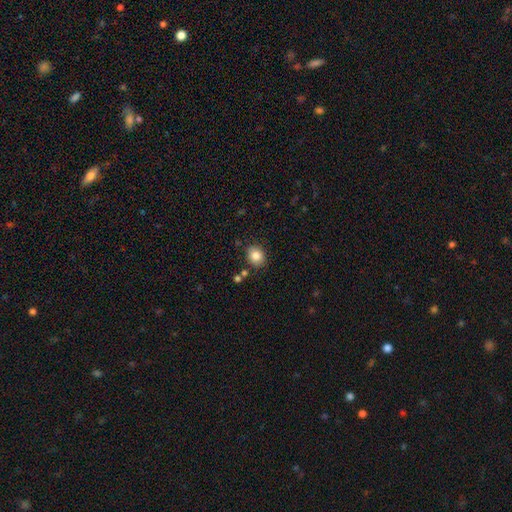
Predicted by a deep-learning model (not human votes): This appears to be a smooth galaxy with no disk features (83%) that is round (64%). Merging: none (83%).